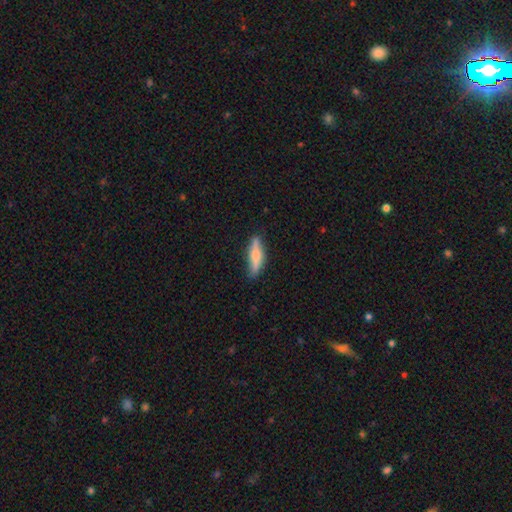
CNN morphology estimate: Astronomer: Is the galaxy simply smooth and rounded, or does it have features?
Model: smooth — 60%.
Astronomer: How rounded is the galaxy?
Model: cigar-shaped — 69%.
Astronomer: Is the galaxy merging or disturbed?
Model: none — 77%.